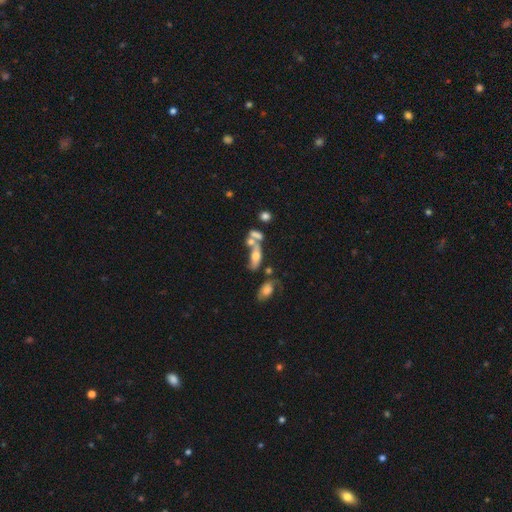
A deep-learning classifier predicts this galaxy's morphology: smooth 48%, featured or disk 40%, star or artifact 12%. Down the decision tree: merging — merger (47%).